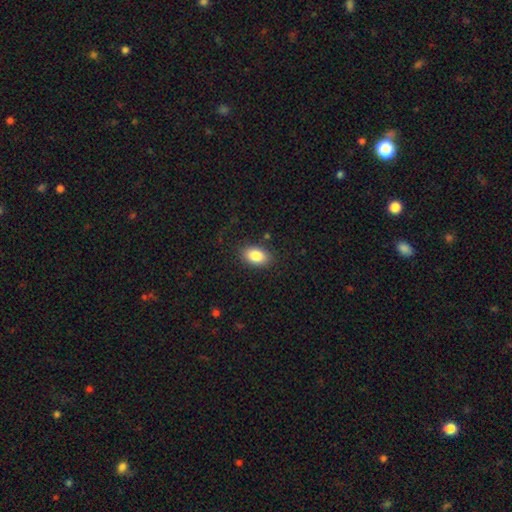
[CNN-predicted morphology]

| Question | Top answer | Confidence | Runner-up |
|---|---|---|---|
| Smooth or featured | smooth | 87% | star or artifact (8%) |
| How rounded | in between | 90% | round (8%) |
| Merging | none | 87% | minor disturbance (9%) |